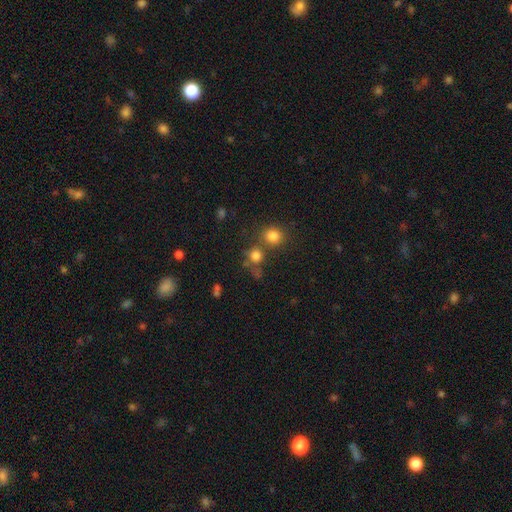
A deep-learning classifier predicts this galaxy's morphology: Smooth or featured? smooth (76%)
How rounded? round (85%)
Merging? none (55%)